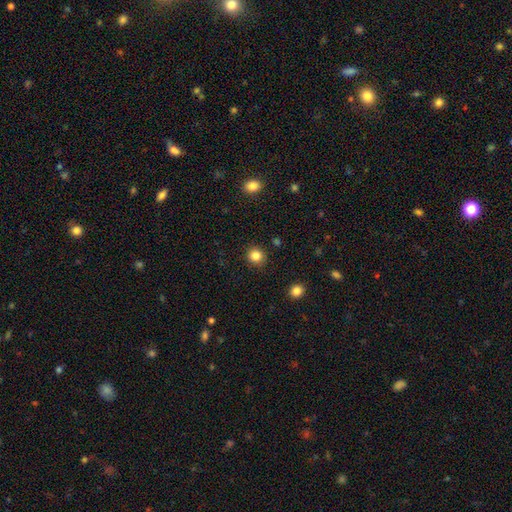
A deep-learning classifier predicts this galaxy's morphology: A smooth galaxy with no disk features (84%) that is round (87%).

Vote fractions:
- Smooth or featured? smooth: 84% / star or artifact: 11% / featured or disk: 4%
- How rounded? round: 87% / in between: 12% / cigar-shaped: 1%
- Merging? none: 90% / minor disturbance: 7% / major disturbance: 2% / merger: 1%